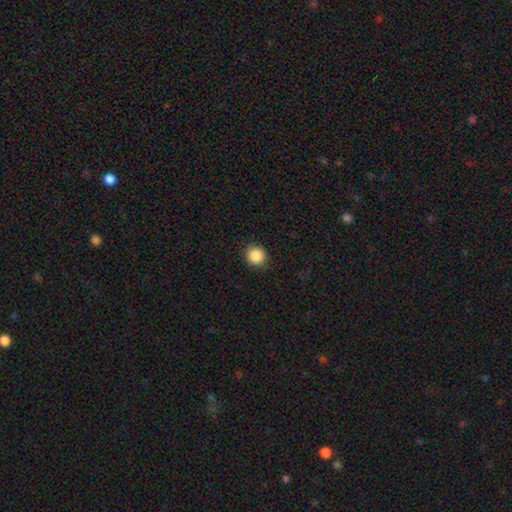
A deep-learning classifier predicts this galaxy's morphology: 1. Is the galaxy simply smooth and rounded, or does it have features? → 87% smooth, 9% star or artifact, 4% featured or disk.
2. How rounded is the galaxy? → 89% round, 10% in between, 1% cigar-shaped.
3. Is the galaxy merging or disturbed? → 90% none, 7% minor disturbance, 2% major disturbance, 1% merger.